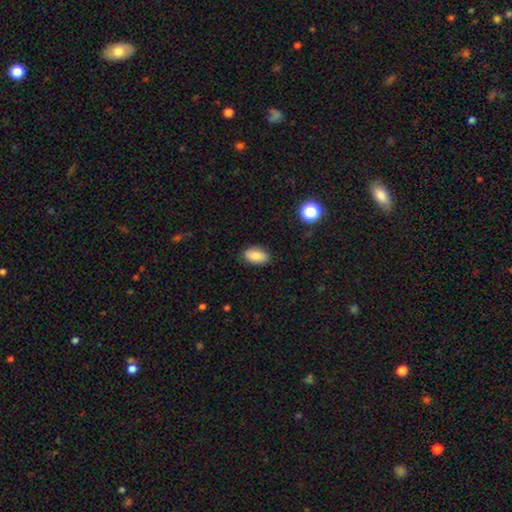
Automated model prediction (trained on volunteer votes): Morphology: type=smooth (82%); roundness=in between (92%); merging=none (86%).